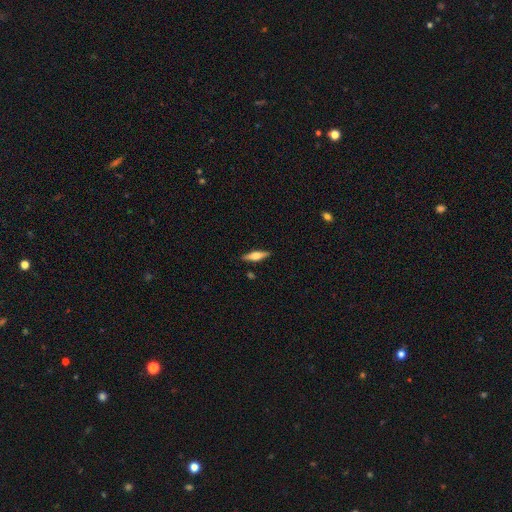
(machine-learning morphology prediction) smooth_or_featured: smooth (p=0.47) [alt: featured or disk p=0.46]
merging: none (p=0.89) [alt: minor disturbance p=0.08]